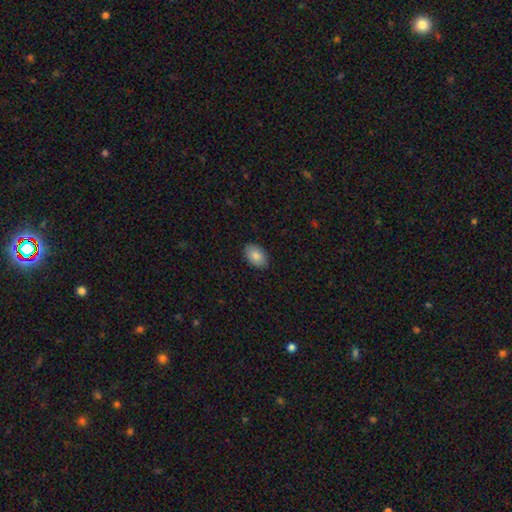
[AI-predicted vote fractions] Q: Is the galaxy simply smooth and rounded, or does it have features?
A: smooth — 85%.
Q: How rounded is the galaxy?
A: in between — 90%.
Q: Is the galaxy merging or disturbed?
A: none — 89%.